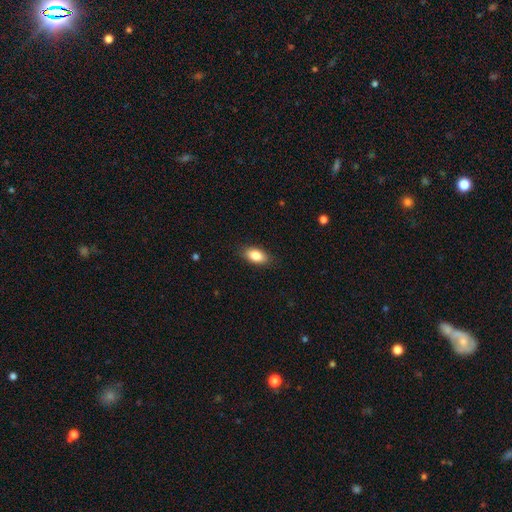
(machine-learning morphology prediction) Smooth or featured? smooth (86%)
How rounded? in between (91%)
Merging? none (87%)